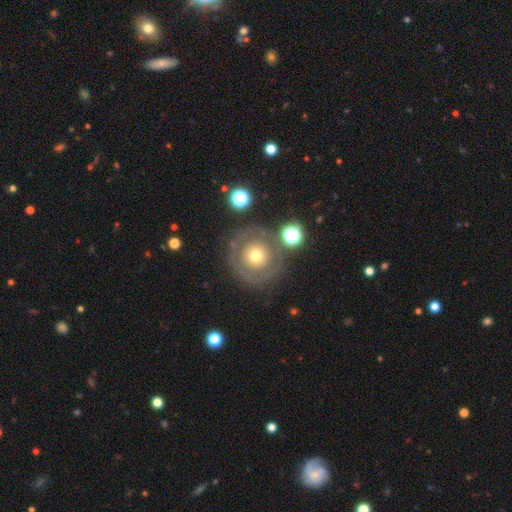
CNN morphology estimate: This is possibly a smooth galaxy (48%). Merging: likely none (76%).